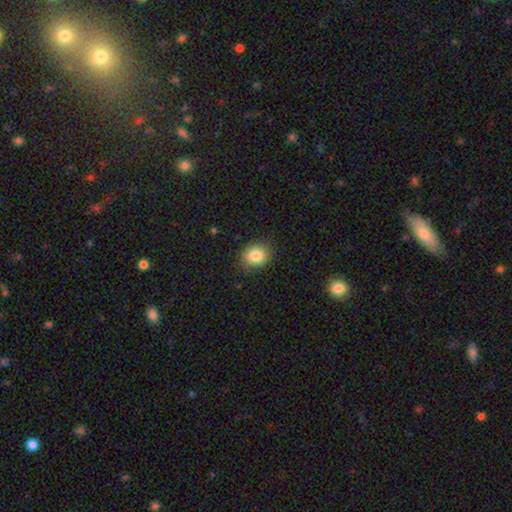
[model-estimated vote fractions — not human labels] A smooth galaxy with no disk features (86%) that is round (58%). Merging: none (86%).